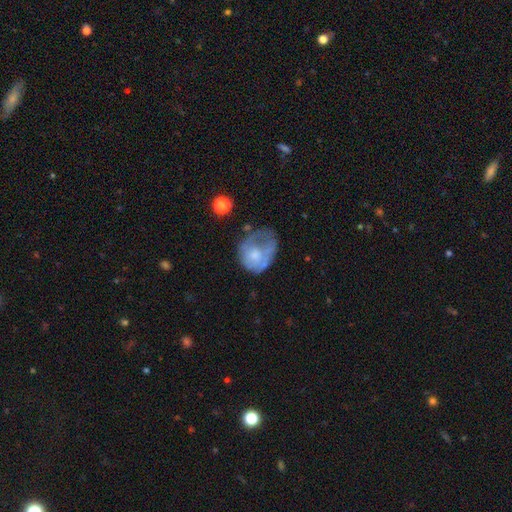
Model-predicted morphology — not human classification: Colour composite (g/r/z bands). It shows a smooth galaxy with no disk features (47%). Merging: major disturbance (36%).